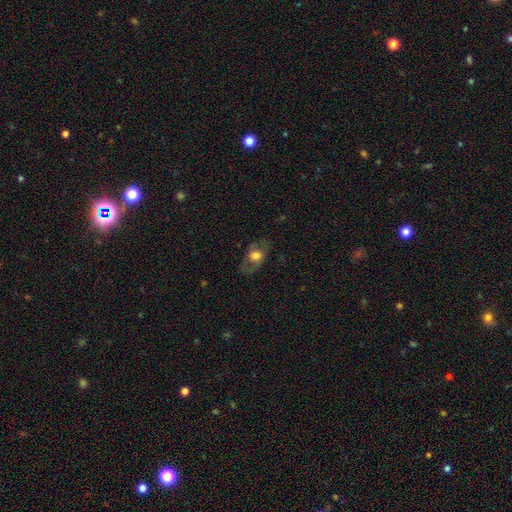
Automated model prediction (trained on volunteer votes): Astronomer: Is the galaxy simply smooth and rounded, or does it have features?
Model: smooth — 49% (runner-up: featured or disk, 43%).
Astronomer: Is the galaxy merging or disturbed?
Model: none — 69%.